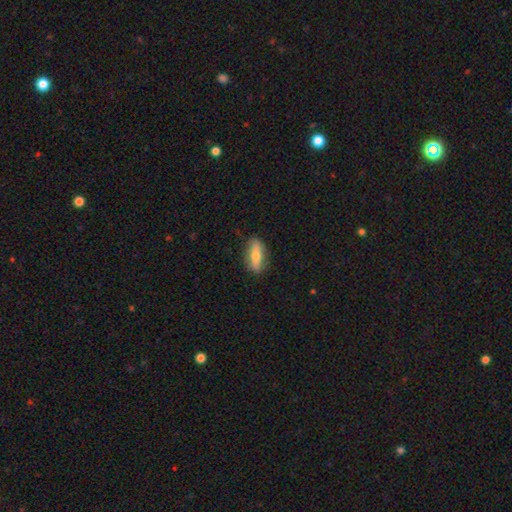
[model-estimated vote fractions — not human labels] smooth_or_featured: smooth (p=0.56) [alt: featured or disk p=0.38]
how_rounded: in between (p=0.65) [alt: cigar-shaped p=0.31]
merging: none (p=0.84) [alt: minor disturbance p=0.13]